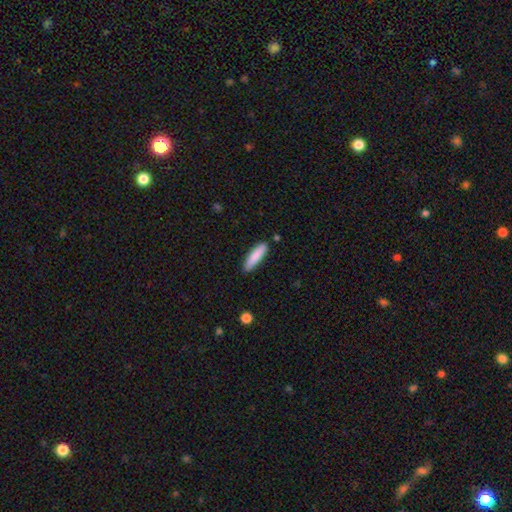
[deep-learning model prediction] Overall: smooth (84%). How rounded: cigar-shaped (76%). Merging: none (86%).